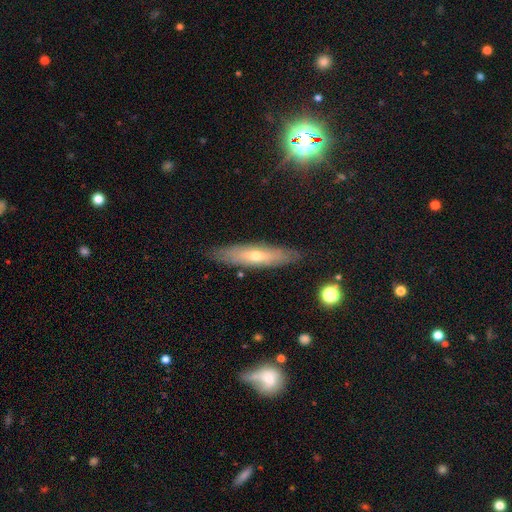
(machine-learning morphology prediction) featured or disk 53%, smooth 38%, star or artifact 8%. Down the decision tree: edge-on disk — yes (68%); merging — none (87%).